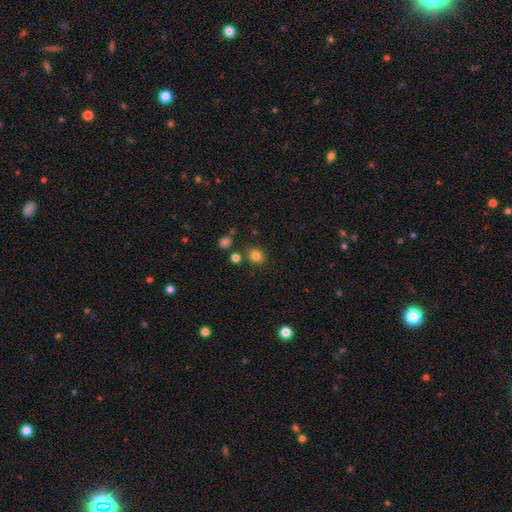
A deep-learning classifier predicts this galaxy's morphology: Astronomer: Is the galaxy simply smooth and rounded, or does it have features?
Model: smooth — 82%.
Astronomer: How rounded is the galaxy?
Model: round — 61% (runner-up: in between, 38%).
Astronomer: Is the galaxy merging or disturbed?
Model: none — 78%.